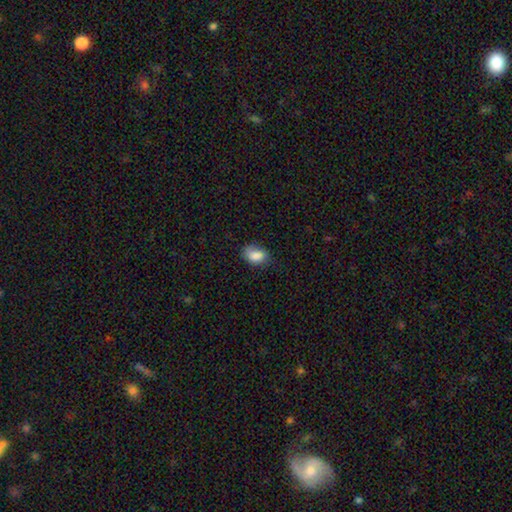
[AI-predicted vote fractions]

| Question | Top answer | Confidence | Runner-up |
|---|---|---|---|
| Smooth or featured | smooth | 85% | star or artifact (9%) |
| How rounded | in between | 84% | round (14%) |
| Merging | none | 63% | minor disturbance (28%) |